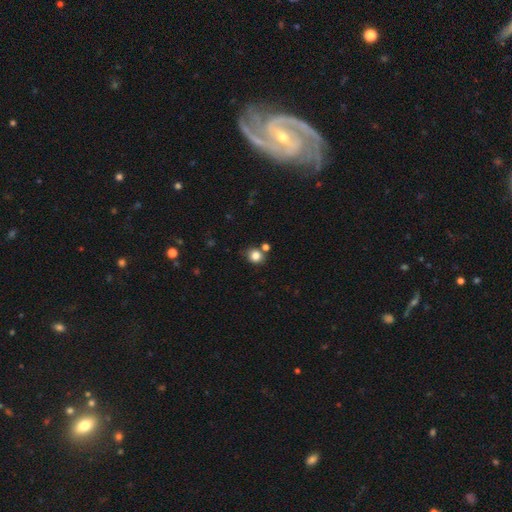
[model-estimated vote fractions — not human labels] This appears to be a smooth galaxy with no disk features (82%) that is round (79%). Merging: none (72%).